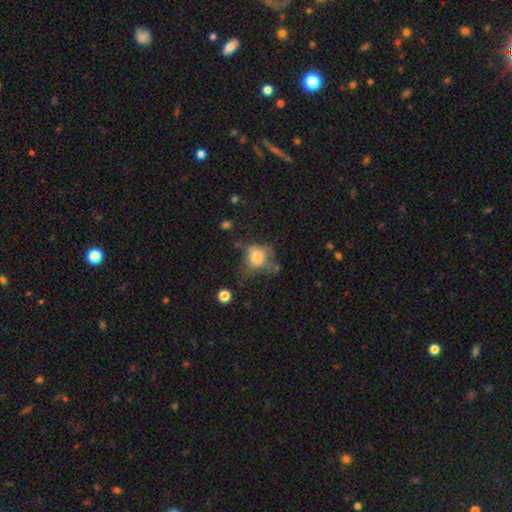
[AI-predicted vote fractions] This is likely a smooth galaxy (71%). How rounded: possibly round (55%). Merging: marginally none (33%).